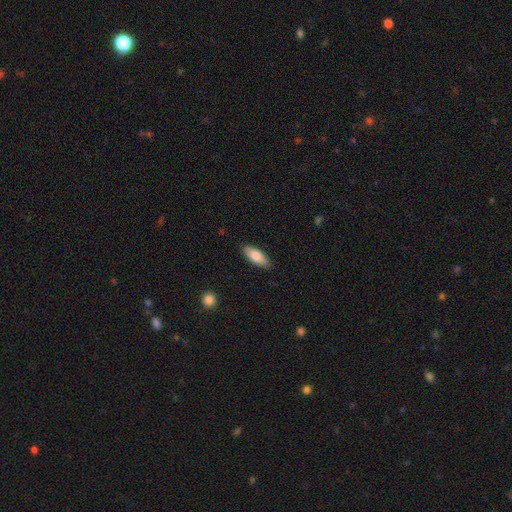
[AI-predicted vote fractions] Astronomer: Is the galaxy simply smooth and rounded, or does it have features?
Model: smooth — 80%.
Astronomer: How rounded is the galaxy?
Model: in between — 73%.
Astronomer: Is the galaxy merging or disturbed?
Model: none — 86%.